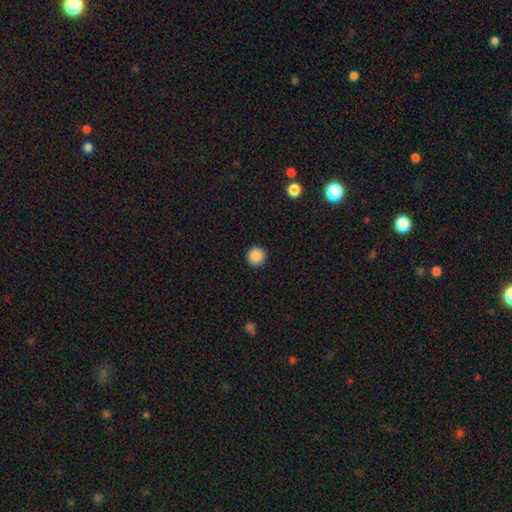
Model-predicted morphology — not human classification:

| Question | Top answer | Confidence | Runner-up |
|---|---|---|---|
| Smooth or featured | smooth | 88% | star or artifact (9%) |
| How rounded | round | 95% | in between (4%) |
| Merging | none | 93% | minor disturbance (5%) |